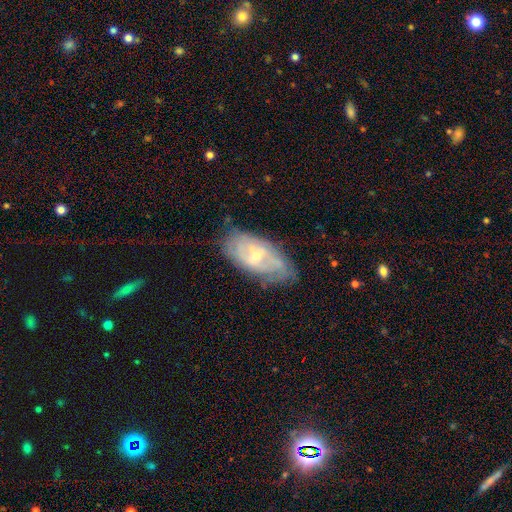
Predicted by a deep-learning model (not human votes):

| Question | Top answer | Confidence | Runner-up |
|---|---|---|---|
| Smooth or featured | featured or disk | 69% | smooth (24%) |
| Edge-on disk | no | 92% | yes (8%) |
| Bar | weak | 49% | no (39%) |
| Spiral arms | yes | 80% | no (20%) |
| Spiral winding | tight | 51% | medium (35%) |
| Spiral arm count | can't tell | 50% | 2 (30%) |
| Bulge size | small | 68% | moderate (27%) |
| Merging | none | 69% | minor disturbance (23%) |